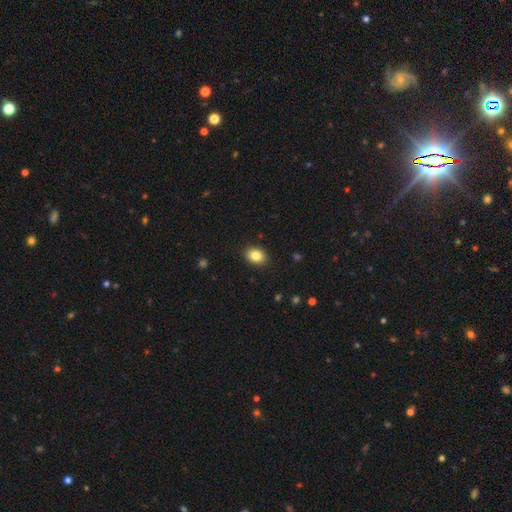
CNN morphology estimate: This is clearly a smooth galaxy (85%). How rounded: likely in between (63%). Merging: clearly none (90%).